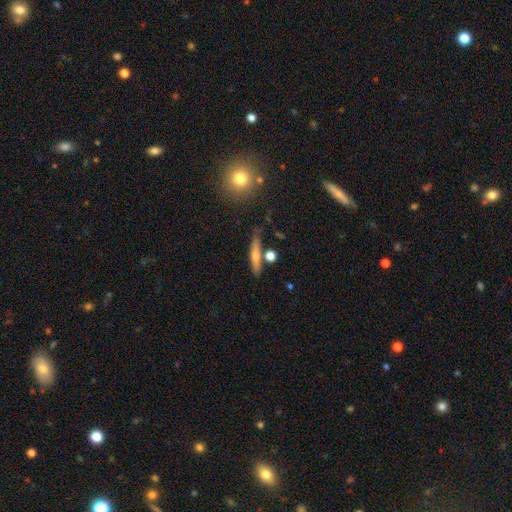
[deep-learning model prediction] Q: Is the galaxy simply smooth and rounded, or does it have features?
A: smooth — 58%.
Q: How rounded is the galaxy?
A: cigar-shaped — 84%.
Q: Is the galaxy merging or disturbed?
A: none — 74%.